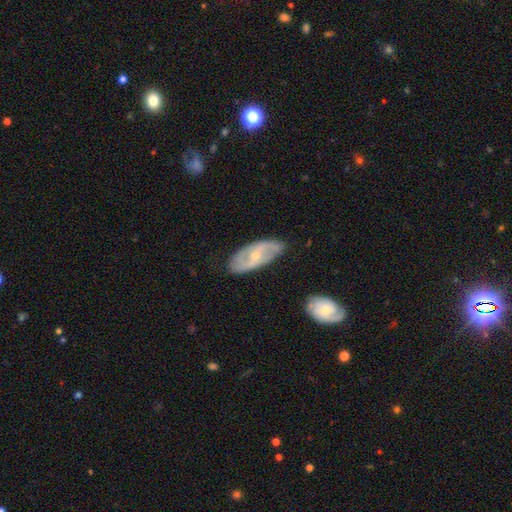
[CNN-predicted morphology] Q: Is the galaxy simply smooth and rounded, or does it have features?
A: featured or disk — 74%.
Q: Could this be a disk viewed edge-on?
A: no — 89%.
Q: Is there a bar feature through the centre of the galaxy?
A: weak — 42%.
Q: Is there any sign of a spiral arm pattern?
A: yes — 80%.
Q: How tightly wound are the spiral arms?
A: medium — 39%.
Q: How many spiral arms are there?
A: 2 — 74%.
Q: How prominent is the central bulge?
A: small — 62%.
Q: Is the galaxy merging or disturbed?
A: none — 77%.